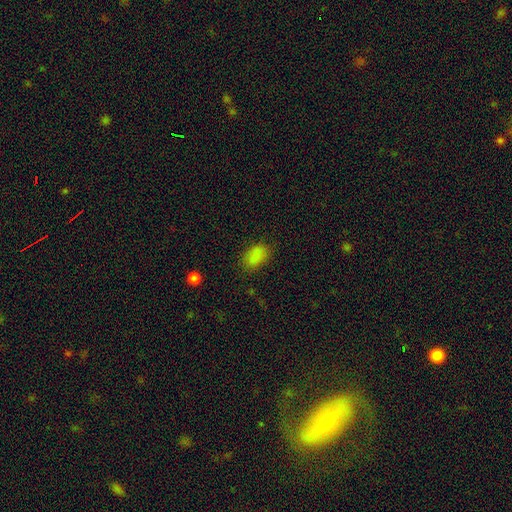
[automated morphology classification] smooth_or_featured: smooth (p=0.84) [alt: star or artifact p=0.11]
how_rounded: in between (p=0.90) [alt: round p=0.08]
merging: none (p=0.79) [alt: minor disturbance p=0.15]